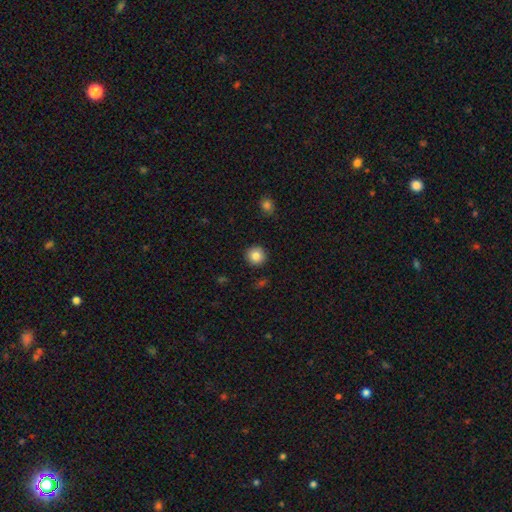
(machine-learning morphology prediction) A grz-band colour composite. It shows a smooth galaxy with no disk features (84%) that is round (94%). Merging: none (91%).